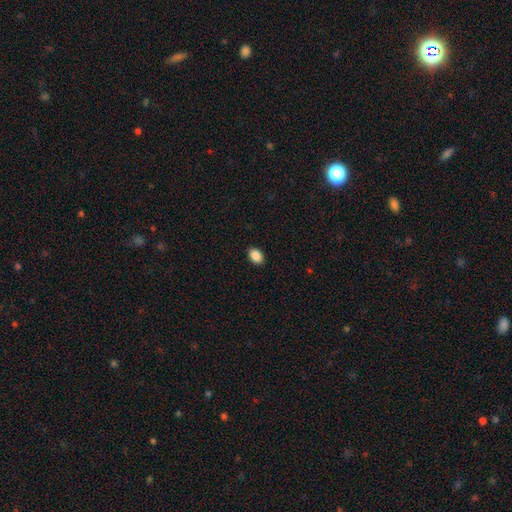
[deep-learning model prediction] Q: Smooth or featured?
A: smooth (89%); runner-up: star or artifact (8%)
Q: How rounded?
A: in between (79%); runner-up: round (20%)
Q: Merging?
A: none (90%); runner-up: minor disturbance (7%)